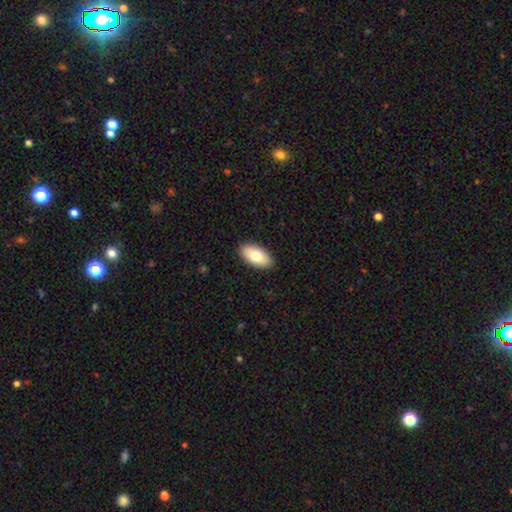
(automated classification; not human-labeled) A smooth galaxy with no disk features (77%) that is in between round and cigar-shaped (95%). Merging: none (90%).